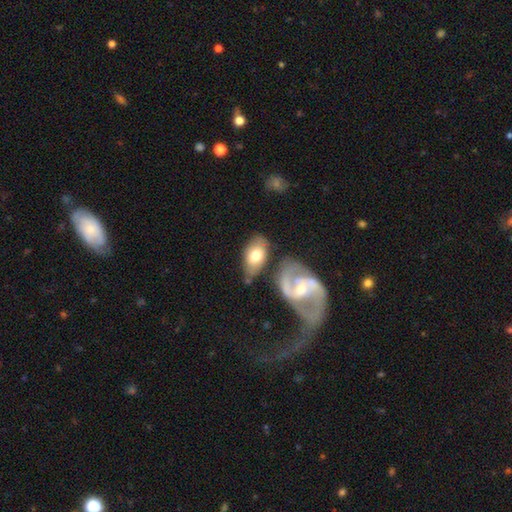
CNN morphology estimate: Smooth or featured? Predicted: smooth (p=0.61). How rounded? Predicted: in between (p=0.91). Merging? Predicted: none (p=0.50).